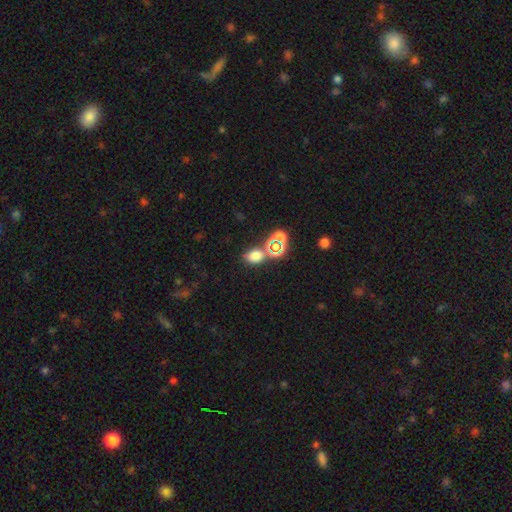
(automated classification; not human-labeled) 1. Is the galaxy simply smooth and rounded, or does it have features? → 68% smooth, 25% star or artifact, 7% featured or disk.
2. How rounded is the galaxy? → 62% in between, 36% round, 1% cigar-shaped.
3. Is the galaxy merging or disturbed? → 63% none, 21% merger, 11% minor disturbance, 5% major disturbance.